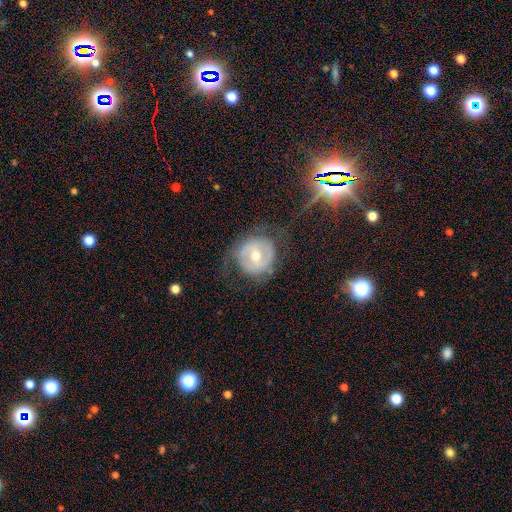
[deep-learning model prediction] Smooth or featured? featured or disk (60%)
Edge-on disk? no (95%)
Bar? weak (39%)
Spiral arms? no (51%)
Bulge size? moderate (59%)
Merging? none (63%)